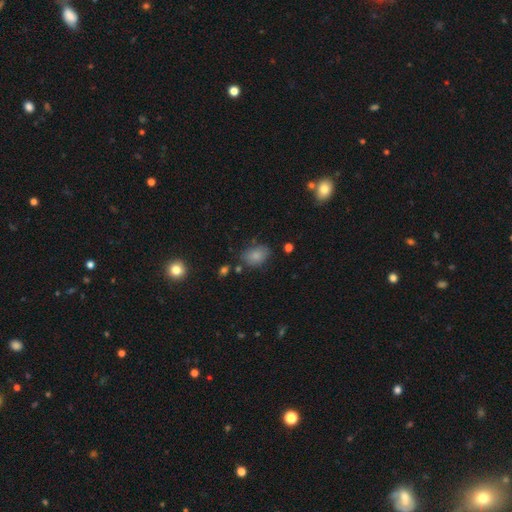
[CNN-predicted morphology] smooth 82%, star or artifact 10%, featured or disk 8%. Down the decision tree: how rounded — in between (78%); merging — none (75%).